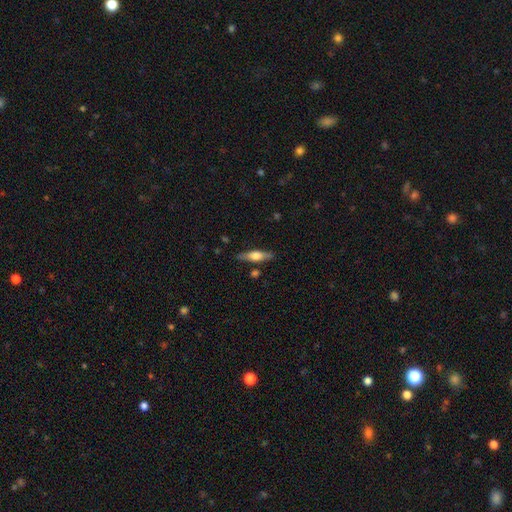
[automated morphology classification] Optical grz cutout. It shows a featured or disk galaxy (48%). Merging: none (84%).